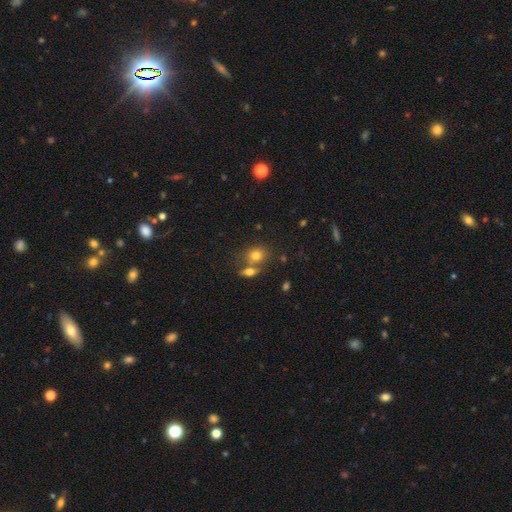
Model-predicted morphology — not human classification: smooth 77%, featured or disk 12%, star or artifact 11%. Down the decision tree: how rounded — round (63%); merging — none (49%).